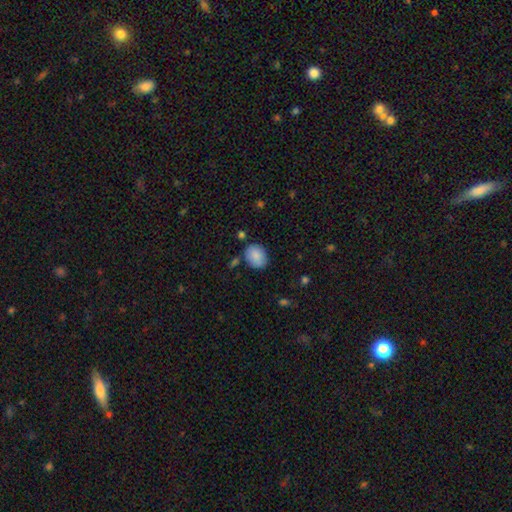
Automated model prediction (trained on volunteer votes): smooth-or-featured: smooth: 87% | star or artifact: 7% | featured or disk: 6%
  how-rounded: in between: 56% | round: 43% | cigar-shaped: 1%
  merging: none: 75% | minor disturbance: 17% | merger: 5% | major disturbance: 4%